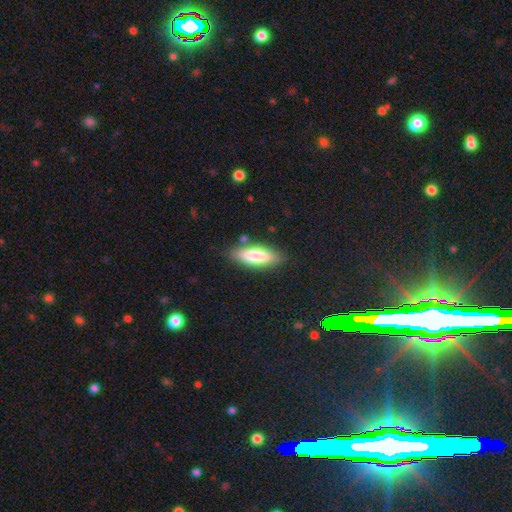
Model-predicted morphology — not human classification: type=smooth (74%); roundness=in between (58%); merging=none (83%).